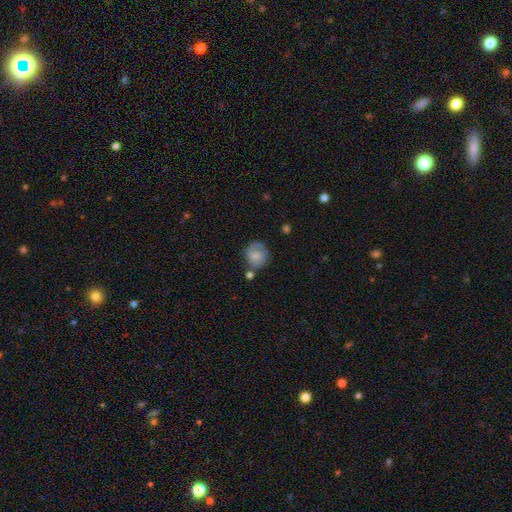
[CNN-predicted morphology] The model was most divided on "merging": none: 55%, minor disturbance: 25%, merger: 11%, major disturbance: 8%. More confident: smooth or featured — smooth (74%); how rounded — round (74%).